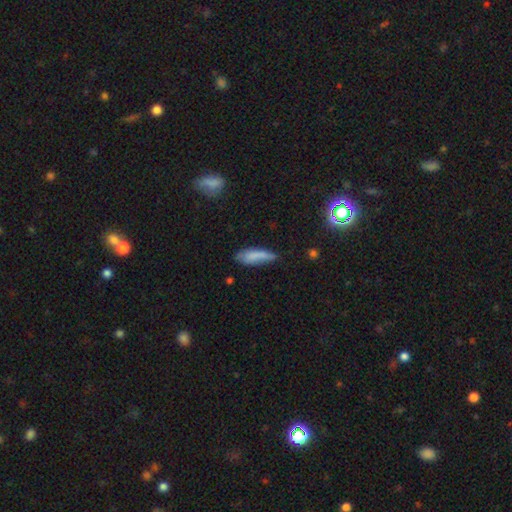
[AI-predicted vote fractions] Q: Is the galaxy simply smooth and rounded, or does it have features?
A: smooth — 76%.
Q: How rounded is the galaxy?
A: cigar-shaped — 58%.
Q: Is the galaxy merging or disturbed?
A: none — 50%.